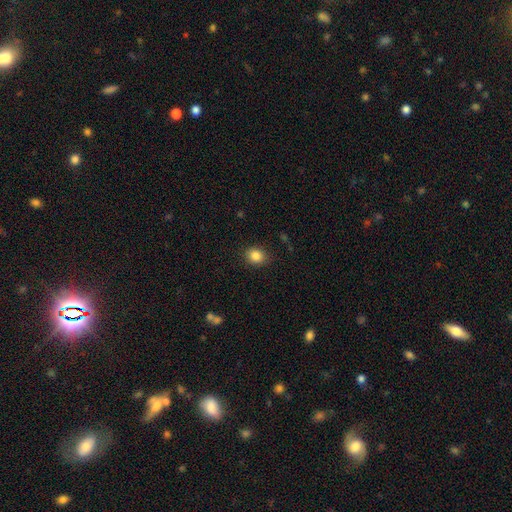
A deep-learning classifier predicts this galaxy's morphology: smooth-or-featured: smooth: 85% | star or artifact: 10% | featured or disk: 5%
  how-rounded: round: 69% | in between: 30% | cigar-shaped: 1%
  merging: none: 87% | minor disturbance: 9% | major disturbance: 3% | merger: 1%